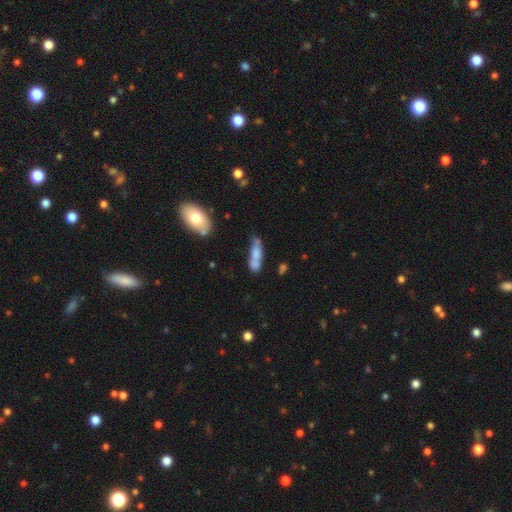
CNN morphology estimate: smooth-or-featured: smooth: 63% | featured or disk: 28% | star or artifact: 9%
  how-rounded: cigar-shaped: 51% | in between: 46% | round: 3%
  merging: none: 41% | merger: 30% | minor disturbance: 20% | major disturbance: 9%